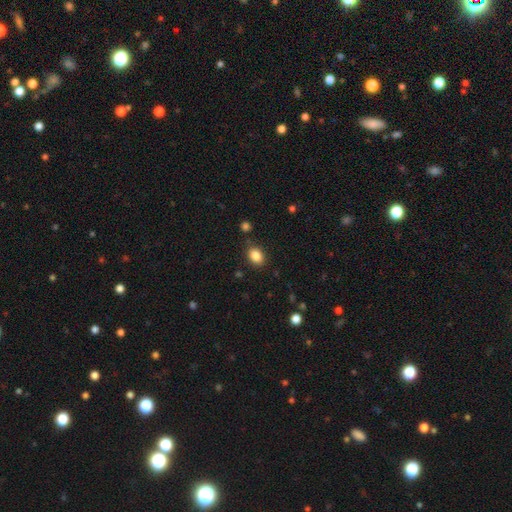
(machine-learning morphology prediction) Smooth or featured?
  - smooth: 86% *
  - star or artifact: 10%
  - featured or disk: 5%
How rounded?
  - in between: 67% *
  - round: 32%
  - cigar-shaped: 1%
Merging?
  - none: 83% *
  - minor disturbance: 11%
  - major disturbance: 3%
  - merger: 3%